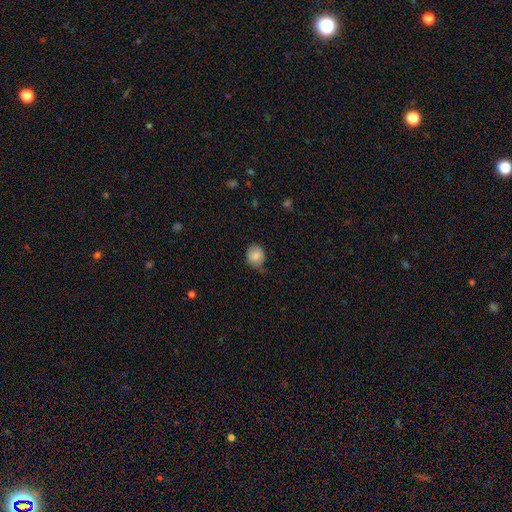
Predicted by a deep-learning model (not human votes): smooth 85%, star or artifact 9%, featured or disk 7%. Down the decision tree: how rounded — round (76%); merging — none (62%).